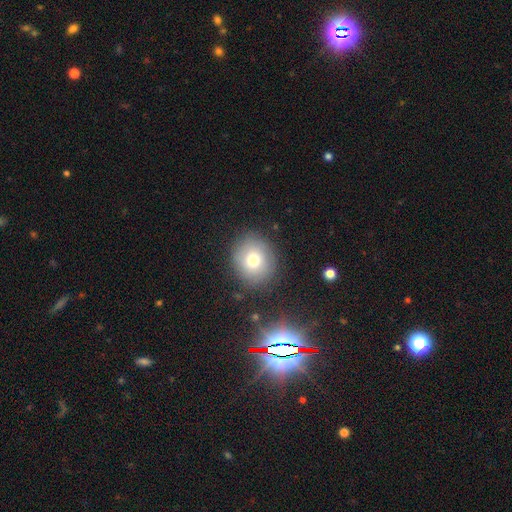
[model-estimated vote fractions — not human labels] Overall: smooth (65%). How rounded: round (78%). Merging: none (86%).